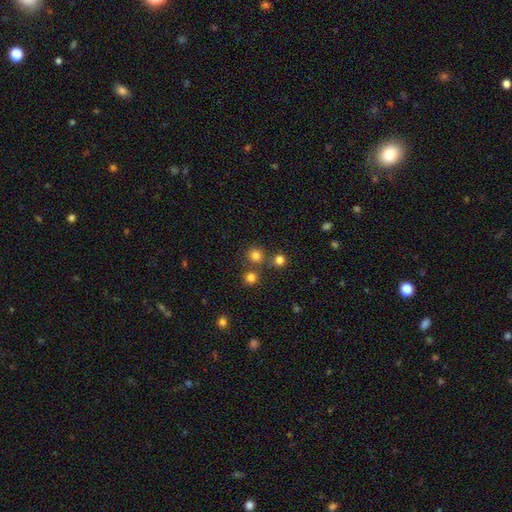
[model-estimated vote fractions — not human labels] Smooth or featured? Predicted: smooth (p=0.77). How rounded? Predicted: round (p=0.92). Merging? Predicted: none (p=0.72).